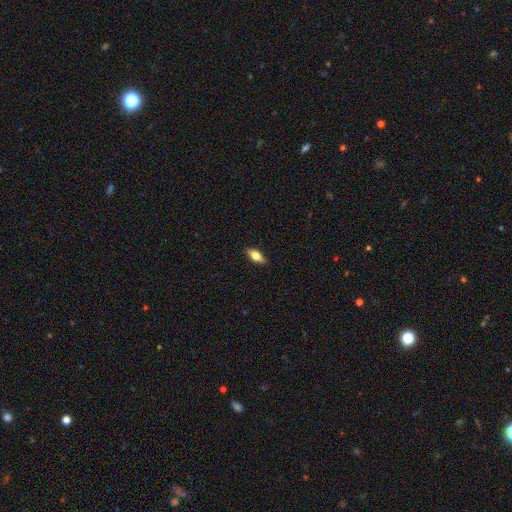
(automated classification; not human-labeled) Overall: smooth (69%). How rounded: in between (77%). Merging: none (89%).